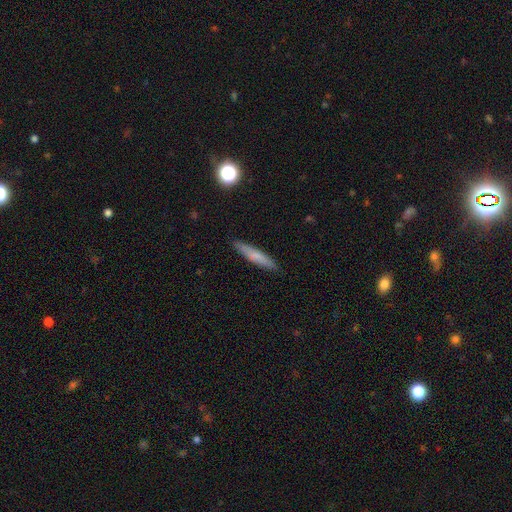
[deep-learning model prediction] This appears to be a smooth galaxy with no disk features (72%) that is cigar-shaped (91%). Merging: none (89%).